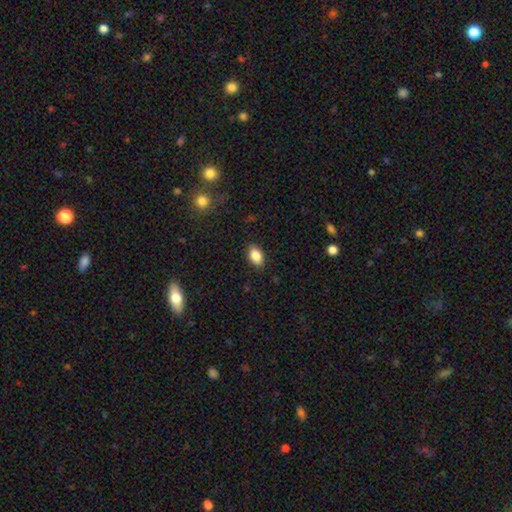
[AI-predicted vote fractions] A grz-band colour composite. It shows a smooth galaxy with no disk features (86%) that is in between round and cigar-shaped (91%). Merging: none (87%).